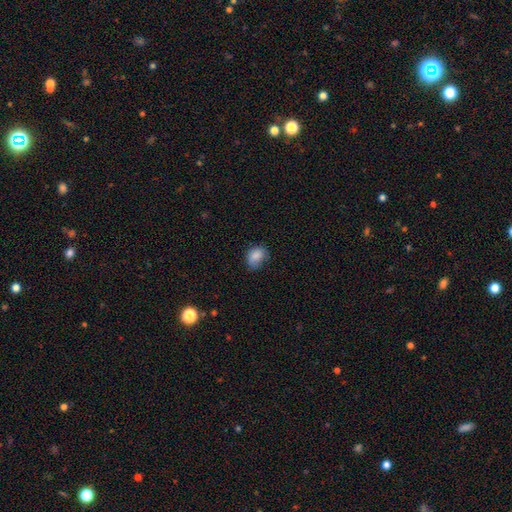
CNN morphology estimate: type=smooth (84%); roundness=in between (68%); merging=none (62%).